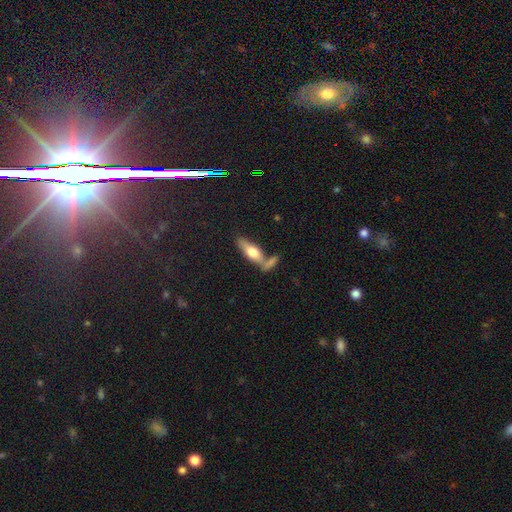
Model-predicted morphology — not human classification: smooth_or_featured: featured or disk (p=0.47) [alt: smooth p=0.40]
merging: none (p=0.55) [alt: merger p=0.24]